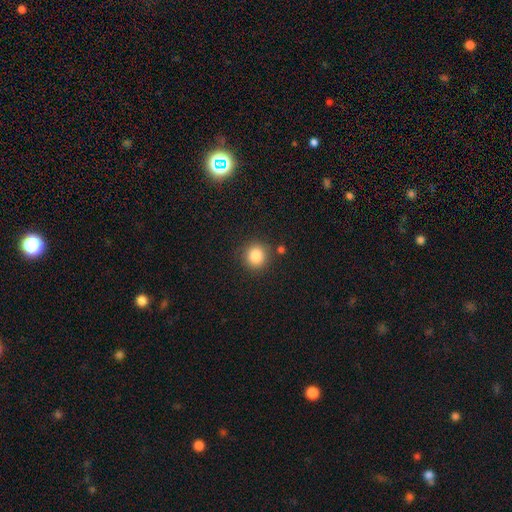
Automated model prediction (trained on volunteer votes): A smooth galaxy with no disk features (84%) that is round (92%).

Vote fractions:
- Smooth or featured? smooth: 84% / star or artifact: 11% / featured or disk: 6%
- How rounded? round: 92% / in between: 7% / cigar-shaped: 1%
- Merging? none: 85% / minor disturbance: 8% / merger: 4% / major disturbance: 3%